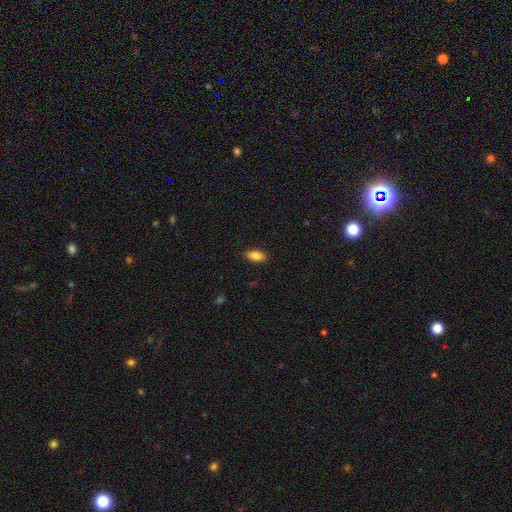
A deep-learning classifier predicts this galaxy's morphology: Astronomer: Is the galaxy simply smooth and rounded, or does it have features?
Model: smooth — 86%.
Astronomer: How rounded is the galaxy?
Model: in between — 90%.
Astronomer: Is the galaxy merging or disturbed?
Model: none — 87%.